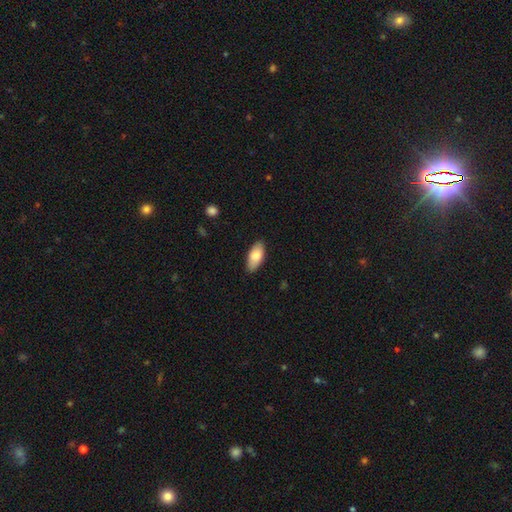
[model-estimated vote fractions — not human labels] Q: Smooth or featured?
A: smooth (82%); runner-up: featured or disk (12%)
Q: How rounded?
A: in between (90%); runner-up: cigar-shaped (8%)
Q: Merging?
A: none (87%); runner-up: minor disturbance (10%)